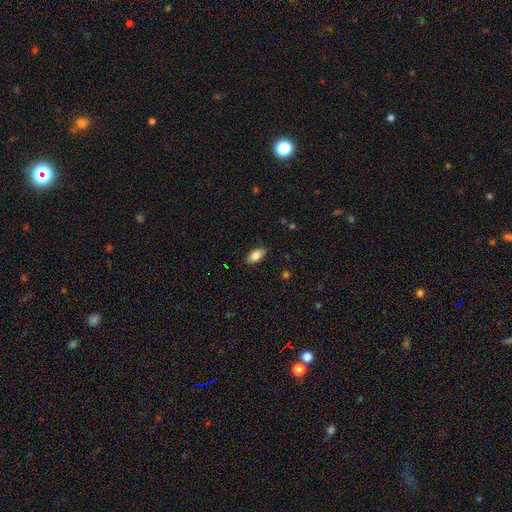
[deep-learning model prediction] Smooth or featured? Predicted: smooth (p=0.83). How rounded? Predicted: in between (p=0.91). Merging? Predicted: none (p=0.84).